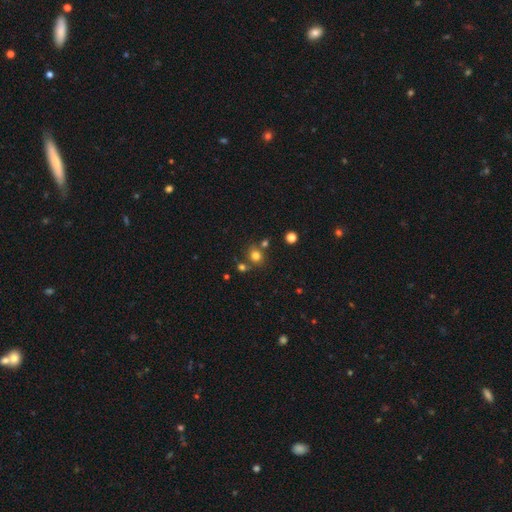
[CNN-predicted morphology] smooth 77%, star or artifact 16%, featured or disk 7%. Down the decision tree: how rounded — round (78%); merging — none (70%).